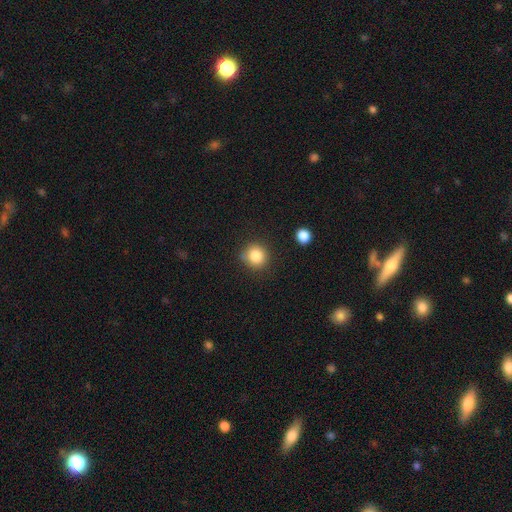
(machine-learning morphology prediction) smooth_or_featured: smooth (p=0.85) [alt: star or artifact p=0.10]
how_rounded: round (p=0.89) [alt: in between p=0.11]
merging: none (p=0.80) [alt: minor disturbance p=0.13]